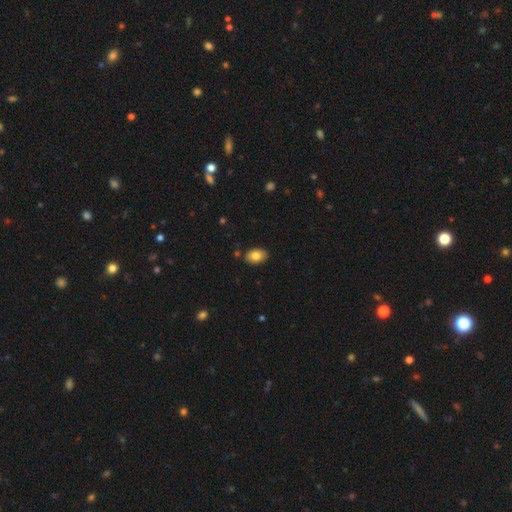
A smooth galaxy with no disk features (82%) that is in between round and cigar-shaped (90%). Merging: none (76%).